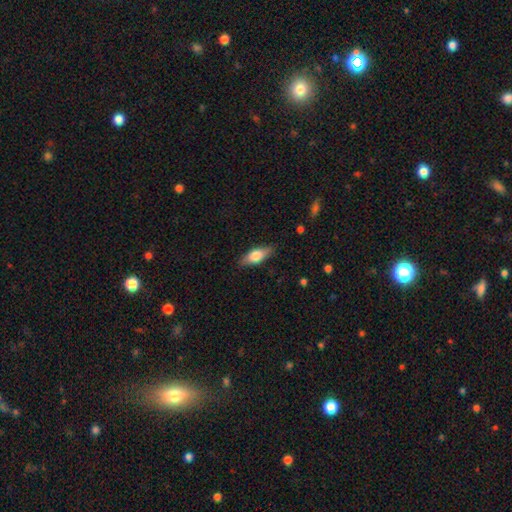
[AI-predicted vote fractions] Smooth or featured?
  - smooth: 68% *
  - featured or disk: 26%
  - star or artifact: 6%
How rounded?
  - in between: 73% *
  - cigar-shaped: 23%
  - round: 3%
Merging?
  - none: 84% *
  - minor disturbance: 12%
  - major disturbance: 3%
  - merger: 1%